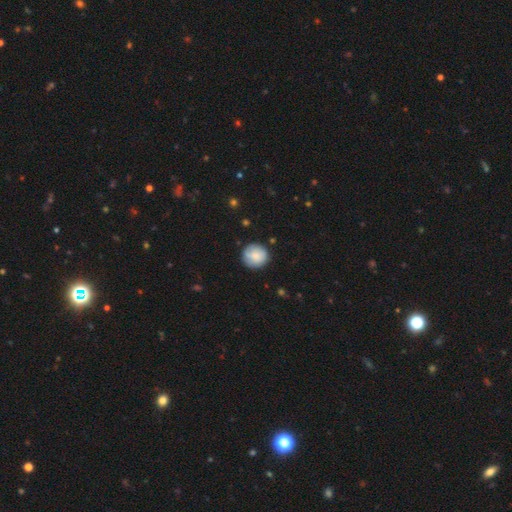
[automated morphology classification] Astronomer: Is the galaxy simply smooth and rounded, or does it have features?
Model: smooth — 78%.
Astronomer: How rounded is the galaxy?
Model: round — 93%.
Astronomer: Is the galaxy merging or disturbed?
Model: none — 79%.